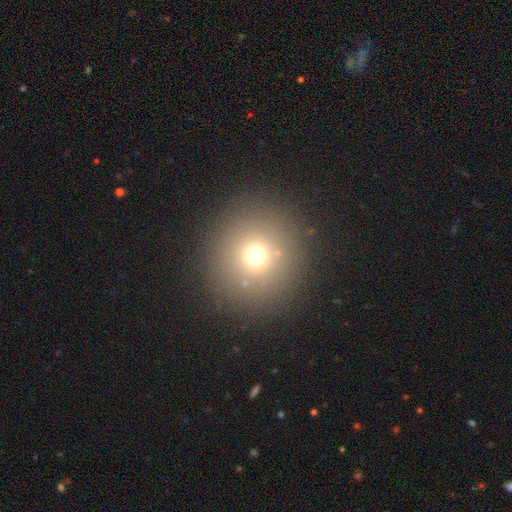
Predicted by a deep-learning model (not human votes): smooth_or_featured: smooth (p=0.68) [alt: star or artifact p=0.19]
how_rounded: round (p=0.93) [alt: in between p=0.06]
merging: none (p=0.88) [alt: minor disturbance p=0.07]